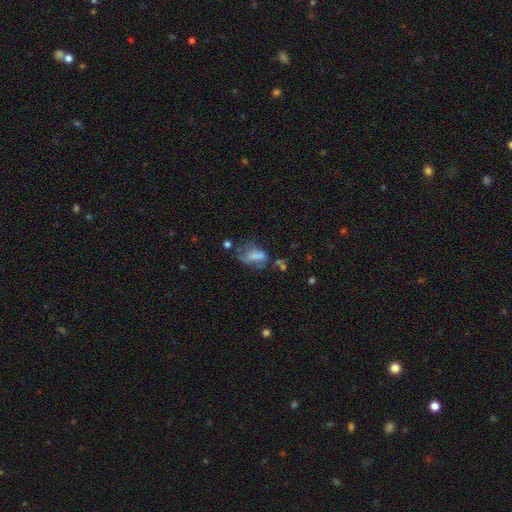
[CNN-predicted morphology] smooth 58%, featured or disk 29%, star or artifact 14%. Down the decision tree: how rounded — in between (83%); merging — major disturbance (36%).